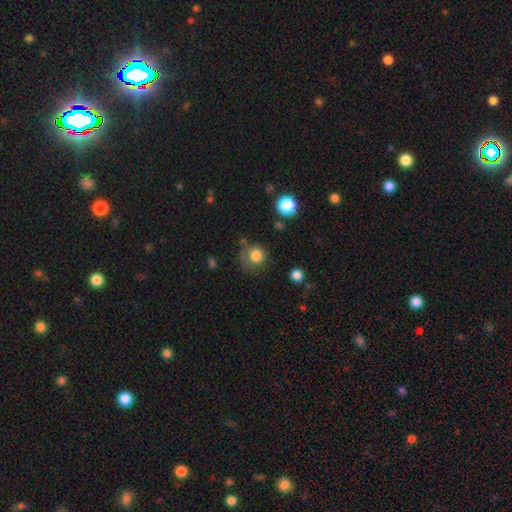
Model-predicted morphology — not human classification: Smooth or featured? Predicted: smooth (p=0.81). How rounded? Predicted: round (p=0.85). Merging? Predicted: none (p=0.56).